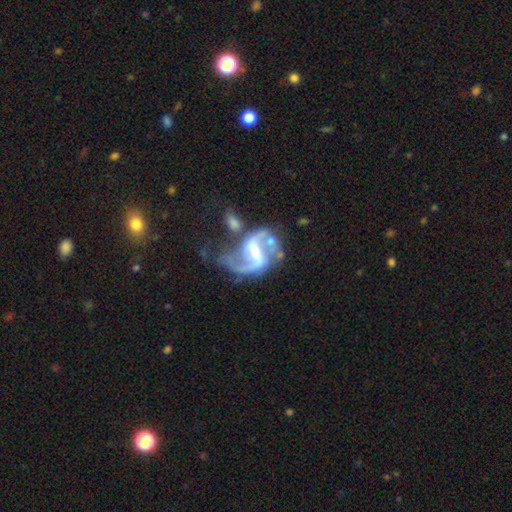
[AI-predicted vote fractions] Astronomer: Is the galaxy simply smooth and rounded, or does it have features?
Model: featured or disk — 89%.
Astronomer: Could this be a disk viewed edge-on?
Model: no — 98%.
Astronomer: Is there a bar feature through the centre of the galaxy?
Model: strong — 46% (runner-up: weak, 42%).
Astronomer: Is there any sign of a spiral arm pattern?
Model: yes — 95%.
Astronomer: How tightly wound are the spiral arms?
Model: loose — 53% (runner-up: medium, 39%).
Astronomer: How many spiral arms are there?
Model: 2 — 88%.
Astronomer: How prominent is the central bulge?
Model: small — 44% (runner-up: moderate, 31%).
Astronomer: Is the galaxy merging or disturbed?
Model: none — 40% (runner-up: major disturbance, 22%).